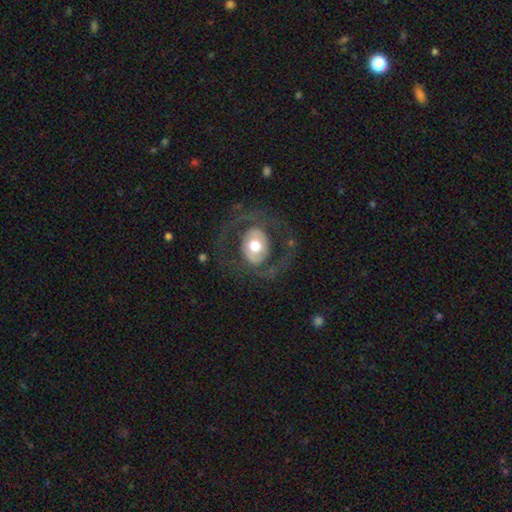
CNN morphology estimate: Smooth or featured? Predicted: featured or disk (p=0.68). Edge-on disk? Predicted: no (p=0.96). Bar? Predicted: no (p=0.69). Spiral arms? Predicted: yes (p=0.52). Bulge size? Predicted: moderate (p=0.64). Merging? Predicted: none (p=0.70).